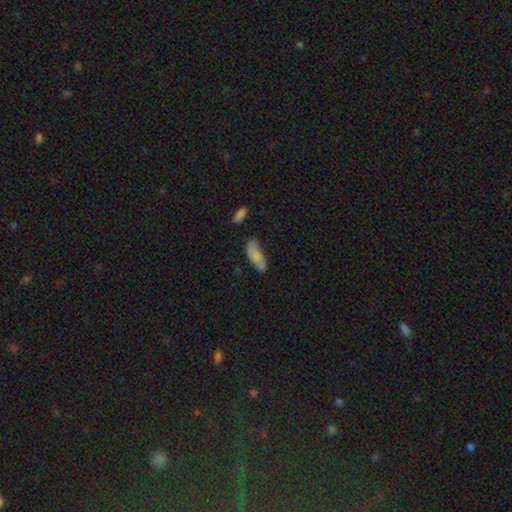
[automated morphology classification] smooth 73%, featured or disk 19%, star or artifact 8%. Down the decision tree: how rounded — in between (66%); merging — none (55%).